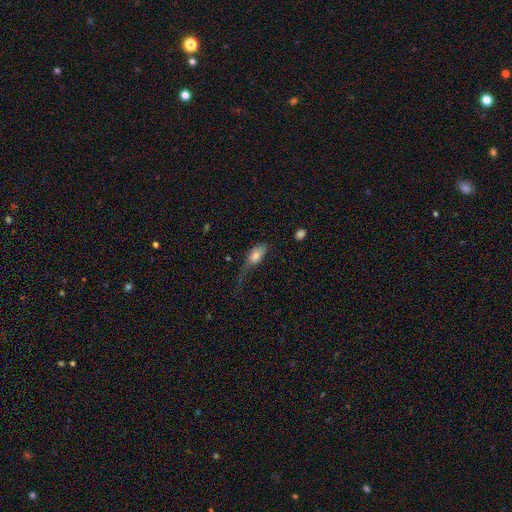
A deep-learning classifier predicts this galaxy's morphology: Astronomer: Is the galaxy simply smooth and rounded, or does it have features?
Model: smooth — 72%.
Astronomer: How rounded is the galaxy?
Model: in between — 85%.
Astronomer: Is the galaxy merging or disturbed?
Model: major disturbance — 46% (runner-up: none, 25%).